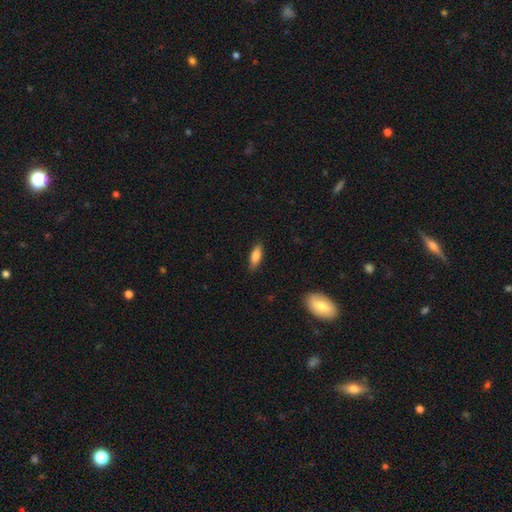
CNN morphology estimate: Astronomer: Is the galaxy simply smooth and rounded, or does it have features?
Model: smooth — 81%.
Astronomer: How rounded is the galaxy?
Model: in between — 69%.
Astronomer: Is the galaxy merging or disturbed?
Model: none — 84%.